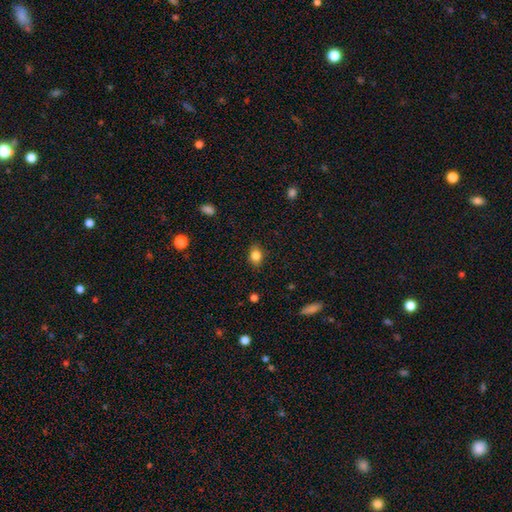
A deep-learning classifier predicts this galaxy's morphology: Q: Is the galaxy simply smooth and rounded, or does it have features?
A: smooth — 83%.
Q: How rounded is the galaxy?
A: in between — 59%.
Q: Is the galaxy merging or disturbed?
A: none — 84%.